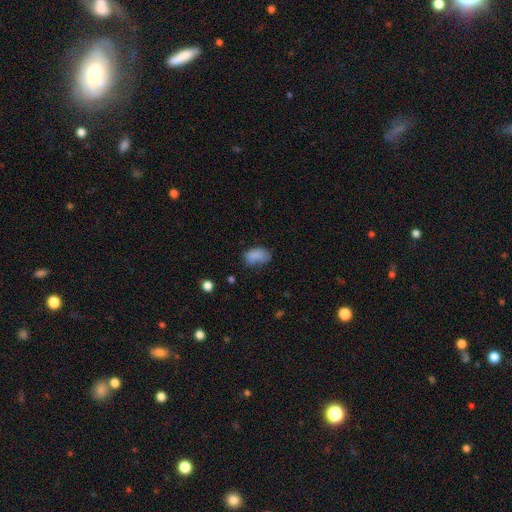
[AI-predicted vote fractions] A smooth galaxy with no disk features (79%) that is in between round and cigar-shaped (89%).

Vote fractions:
- Smooth or featured? smooth: 79% / star or artifact: 11% / featured or disk: 10%
- How rounded? in between: 89% / round: 9% / cigar-shaped: 2%
- Merging? none: 46% / minor disturbance: 32% / major disturbance: 17% / merger: 4%